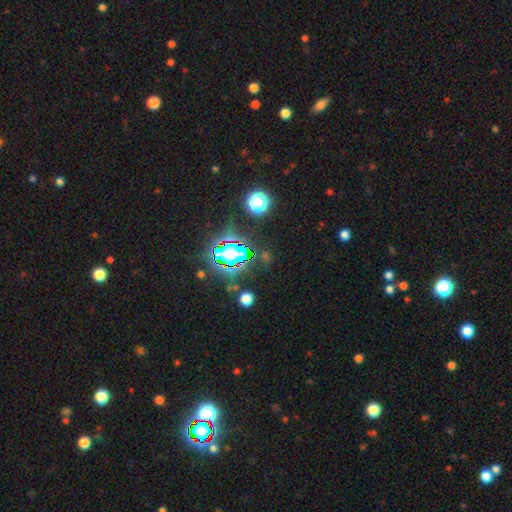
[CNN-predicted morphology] A star or artifact, not a galaxy (83%).